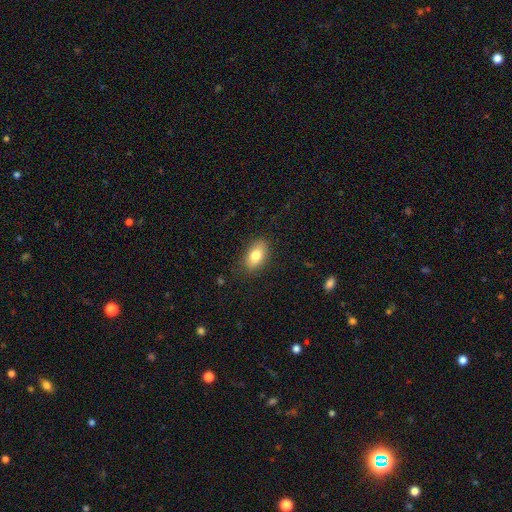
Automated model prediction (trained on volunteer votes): Overall: smooth (80%). How rounded: in between (89%). Merging: none (83%).